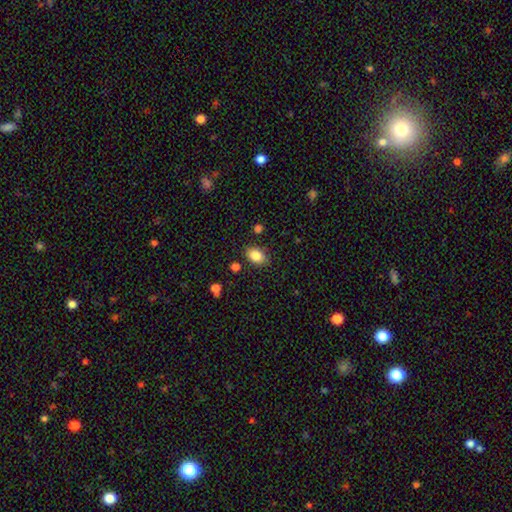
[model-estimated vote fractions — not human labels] Overall: smooth (84%). How rounded: in between (83%). Merging: none (82%).